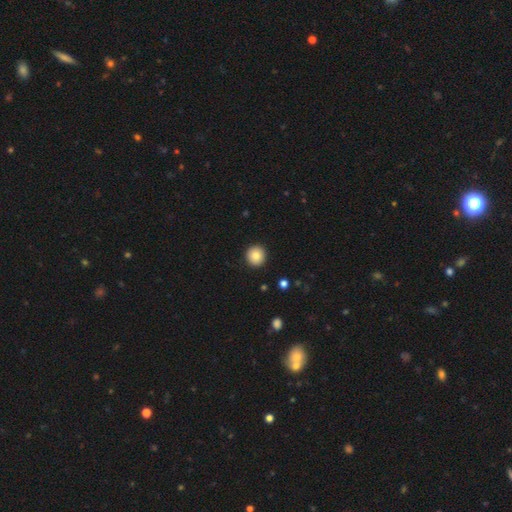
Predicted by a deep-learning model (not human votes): The model was most divided on "smooth or featured": smooth: 85%, star or artifact: 9%, featured or disk: 7%. More confident: how rounded — round (94%); merging — none (93%).